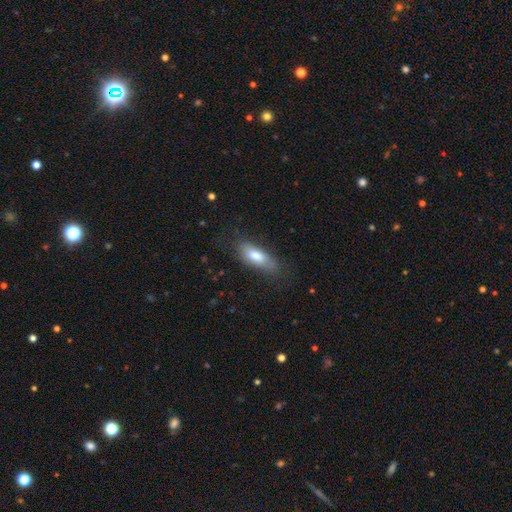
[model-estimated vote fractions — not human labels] Morphology: type=smooth (73%); roundness=in between (70%); merging=none (68%).